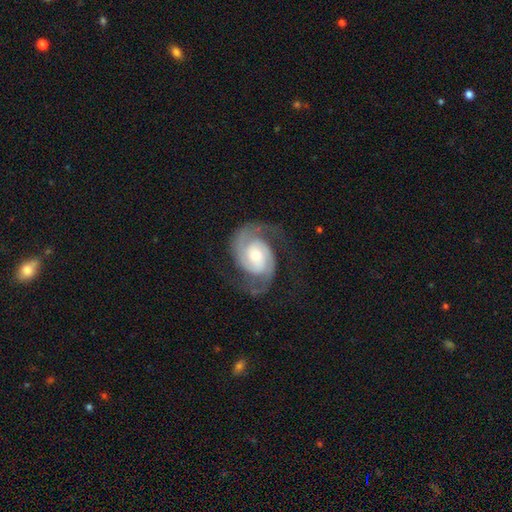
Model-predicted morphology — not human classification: Smooth or featured?
  - featured or disk: 91% *
  - smooth: 5%
  - star or artifact: 4%
Edge-on disk?
  - no: 98% *
  - yes: 2%
Bar?
  - no: 63% *
  - weak: 29%
  - strong: 8%
Spiral arms?
  - yes: 98% *
  - no: 2%
Spiral winding?
  - medium: 49% *
  - tight: 36%
  - loose: 15%
Spiral arm count?
  - 2: 91% *
  - 3: 3%
  - can't tell: 2%
  - 1: 2%
  - 4: 1%
  - more than 4: 1%
Bulge size?
  - moderate: 48% *
  - small: 39%
  - large: 9%
  - none: 2%
  - dominant: 2%
Merging?
  - none: 72% *
  - minor disturbance: 15%
  - major disturbance: 12%
  - merger: 1%